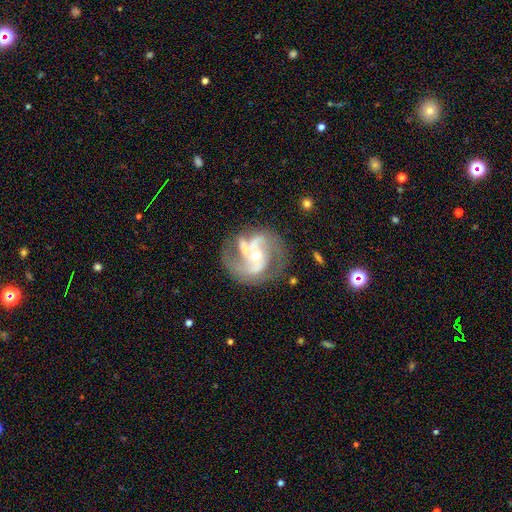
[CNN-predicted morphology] The model was most divided on "bulge size": small: 53%, moderate: 42%, large: 3%, none: 1%, dominant: 1%. Remaining: edge-on disk — no (98%); spiral arms — yes (95%); smooth or featured — featured or disk (87%); spiral arm count — 2 (66%); merging — none (58%); spiral winding — medium (53%); bar — no (49%).